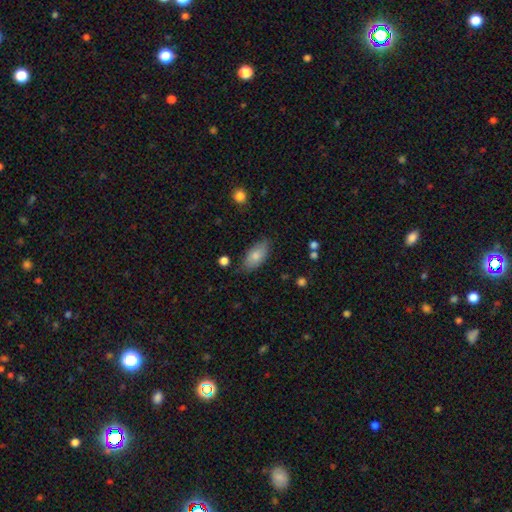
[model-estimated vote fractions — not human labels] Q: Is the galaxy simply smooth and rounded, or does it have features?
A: smooth — 78%.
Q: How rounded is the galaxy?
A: in between — 90%.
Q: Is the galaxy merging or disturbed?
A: none — 79%.